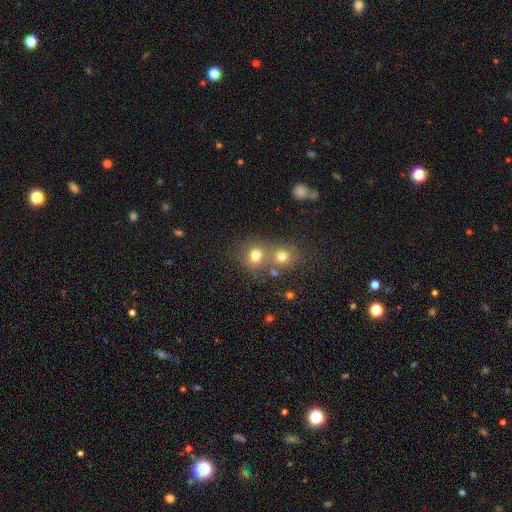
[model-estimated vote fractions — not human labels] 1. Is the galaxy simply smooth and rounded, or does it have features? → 74% smooth, 16% star or artifact, 10% featured or disk.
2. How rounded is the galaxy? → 80% round, 19% in between, 1% cigar-shaped.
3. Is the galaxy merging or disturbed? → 49% none, 40% merger, 7% minor disturbance, 3% major disturbance.